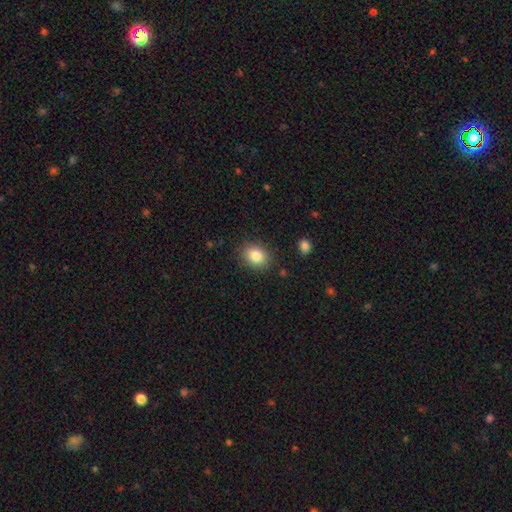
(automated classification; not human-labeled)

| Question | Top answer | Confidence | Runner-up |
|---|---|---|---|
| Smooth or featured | smooth | 85% | star or artifact (9%) |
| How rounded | in between | 52% | round (47%) |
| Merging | none | 85% | minor disturbance (10%) |